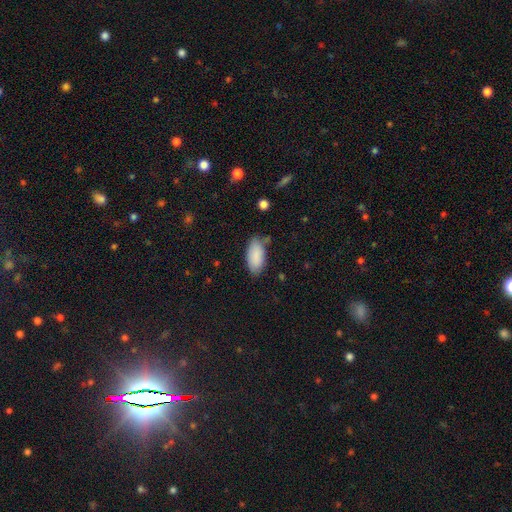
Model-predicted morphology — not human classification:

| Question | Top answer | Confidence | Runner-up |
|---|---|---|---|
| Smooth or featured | smooth | 89% | star or artifact (6%) |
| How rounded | in between | 92% | cigar-shaped (6%) |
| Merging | none | 73% | minor disturbance (19%) |